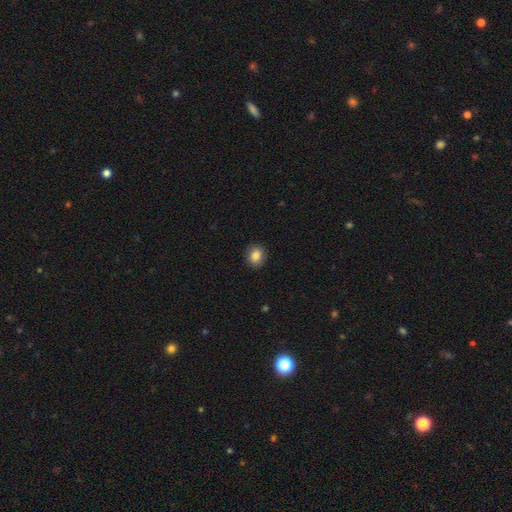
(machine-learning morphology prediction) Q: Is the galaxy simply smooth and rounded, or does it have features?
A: smooth — 85%.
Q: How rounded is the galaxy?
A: round — 74%.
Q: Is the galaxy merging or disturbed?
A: none — 91%.